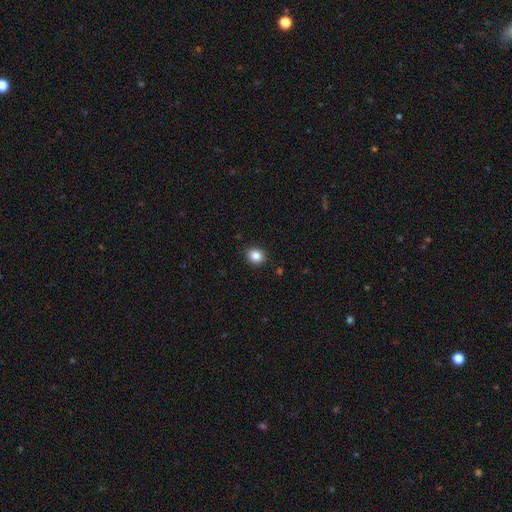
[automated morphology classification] The model was most divided on "how rounded": round: 65%, in between: 34%, cigar-shaped: 1%. More confident: merging — none (90%); smooth or featured — smooth (86%).